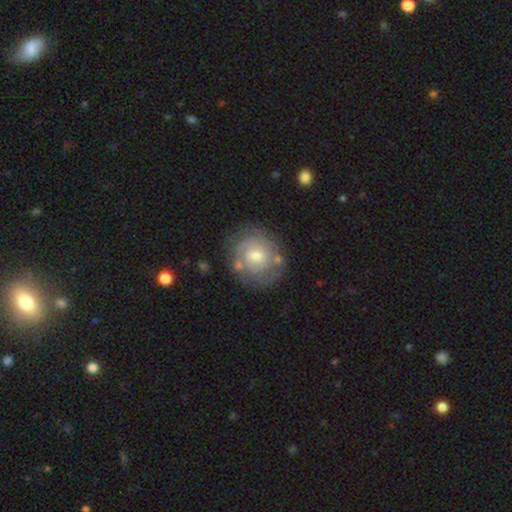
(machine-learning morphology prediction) Smooth or featured: featured or disk — 59% (smooth — 34%)
Edge-on disk: no — 97% (yes — 3%)
Bar: no — 63% (weak — 32%)
Spiral arms: yes — 74% (no — 26%)
Bulge size: moderate — 53% (small — 40%)
Merging: none — 72% (minor disturbance — 16%)